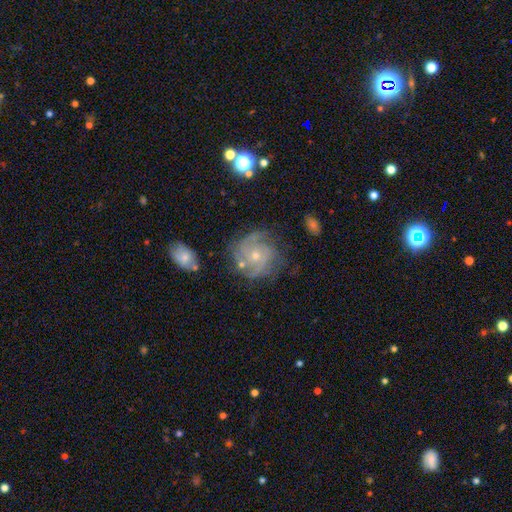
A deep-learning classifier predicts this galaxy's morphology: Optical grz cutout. It shows a featured or disk galaxy (78%) with no bar (78%), tight (53%) spiral arms (91%) and a small central bulge (58%). Merging: none (65%).